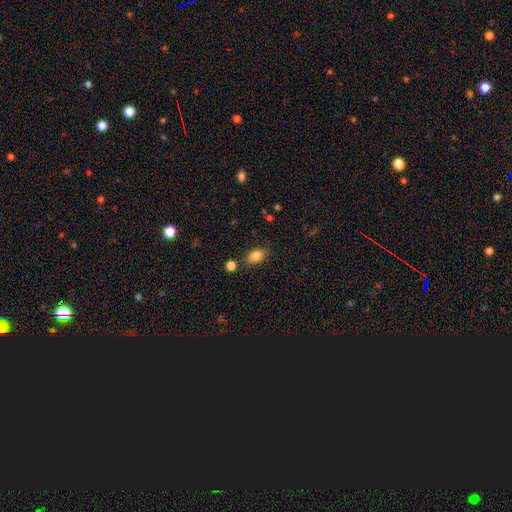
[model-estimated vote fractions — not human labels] Q: Smooth or featured?
A: smooth (84%); runner-up: star or artifact (9%)
Q: How rounded?
A: in between (85%); runner-up: round (12%)
Q: Merging?
A: none (76%); runner-up: minor disturbance (15%)